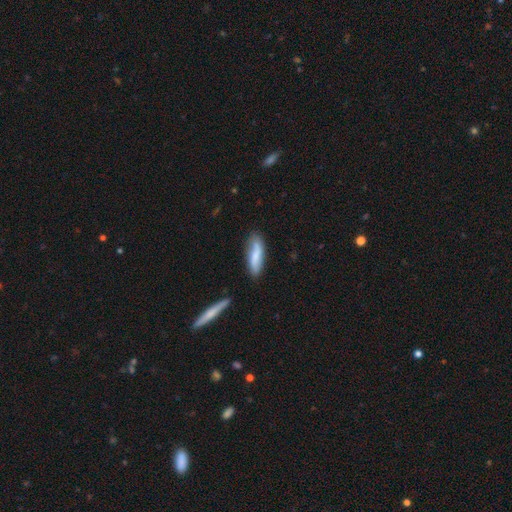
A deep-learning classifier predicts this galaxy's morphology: This appears to be a smooth galaxy with no disk features (72%) that is cigar-shaped (56%). Merging: none (76%).